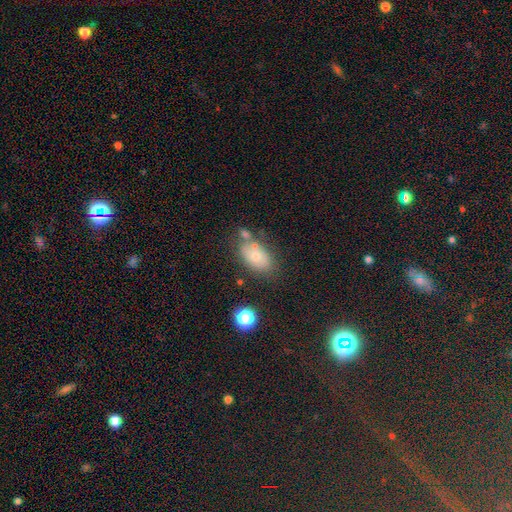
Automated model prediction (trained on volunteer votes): Smooth or featured: smooth — 69% (featured or disk — 20%)
How rounded: in between — 87% (round — 10%)
Merging: none — 59% (minor disturbance — 19%)